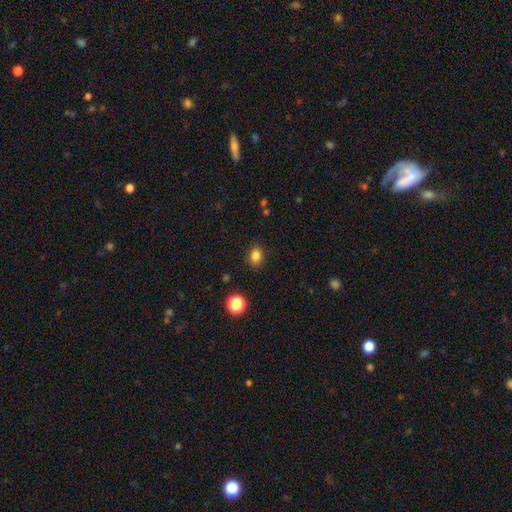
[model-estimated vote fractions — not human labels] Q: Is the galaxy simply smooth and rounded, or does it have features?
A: smooth — 83%.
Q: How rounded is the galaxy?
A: in between — 53%.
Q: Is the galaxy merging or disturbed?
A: none — 87%.